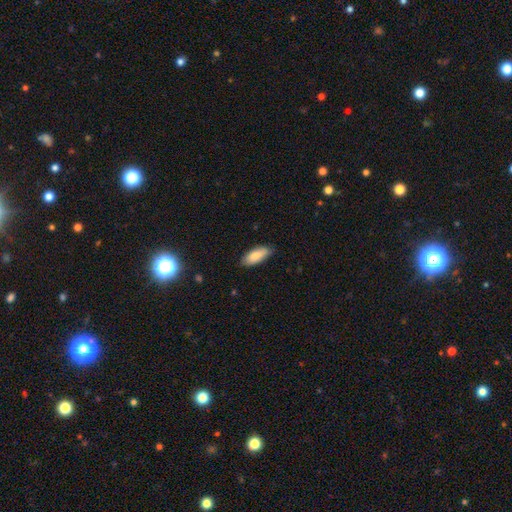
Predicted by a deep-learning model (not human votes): Smooth or featured: smooth — 84% (featured or disk — 10%)
How rounded: in between — 82% (cigar-shaped — 16%)
Merging: none — 81% (minor disturbance — 16%)